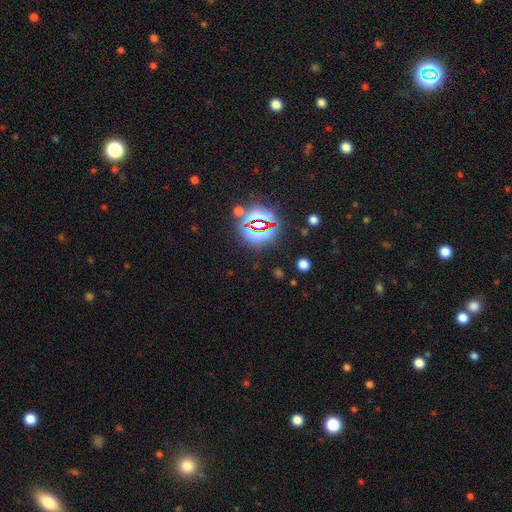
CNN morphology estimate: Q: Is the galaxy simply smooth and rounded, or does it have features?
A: star or artifact — 80%.